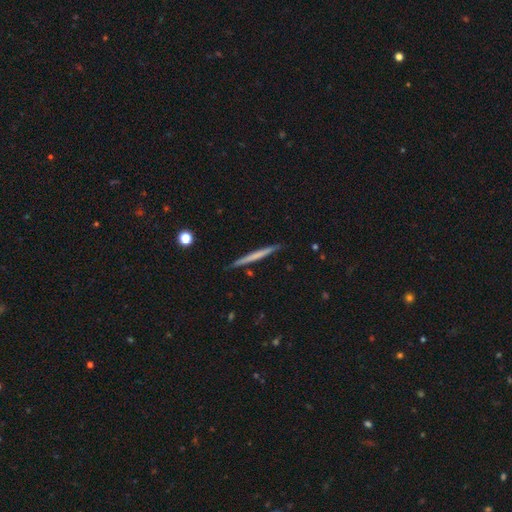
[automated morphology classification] Smooth or featured?
  - smooth: 50% *
  - featured or disk: 44%
  - star or artifact: 5%
How rounded?
  - cigar-shaped: 97% *
  - in between: 2%
  - round: 1%
Merging?
  - none: 89% *
  - minor disturbance: 8%
  - merger: 2%
  - major disturbance: 1%